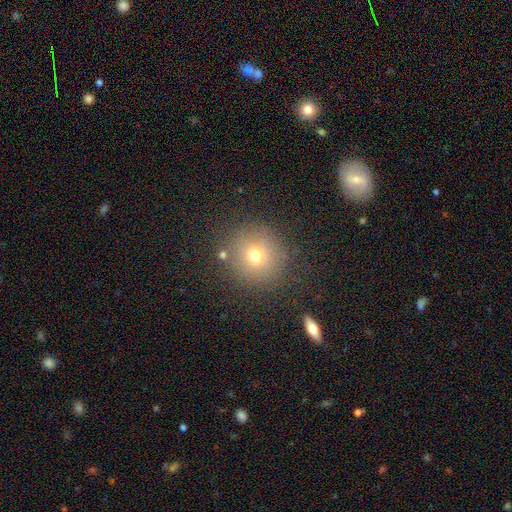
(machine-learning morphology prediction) Smooth or featured? Predicted: smooth (p=0.69). How rounded? Predicted: round (p=0.93). Merging? Predicted: none (p=0.84).